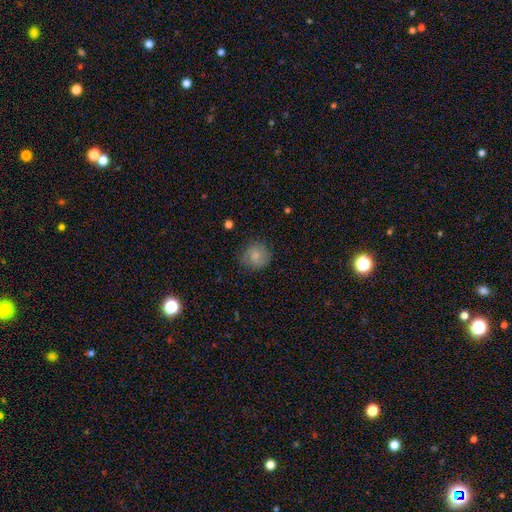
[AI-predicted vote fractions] Smooth or featured?
  - smooth: 73% *
  - featured or disk: 19%
  - star or artifact: 8%
How rounded?
  - round: 86% *
  - in between: 13%
  - cigar-shaped: 1%
Merging?
  - none: 78% *
  - minor disturbance: 16%
  - major disturbance: 5%
  - merger: 1%